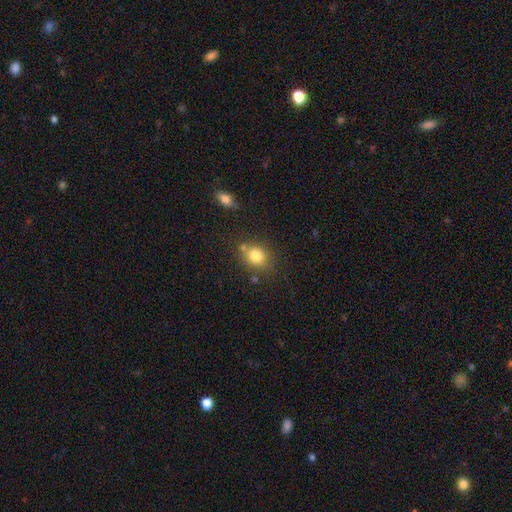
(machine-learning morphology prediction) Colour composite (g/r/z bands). It shows a smooth galaxy with no disk features (80%) that is round (58%). Merging: none (70%).